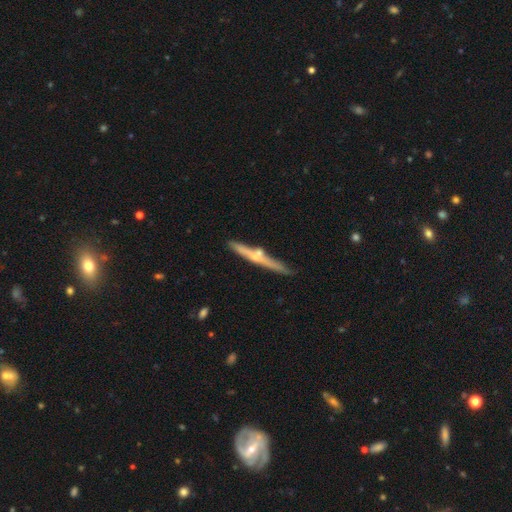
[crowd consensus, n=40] A featured or disk galaxy (68%) viewed edge-on (100%) with a rounded central bulge (89%). Merging: none (79%).